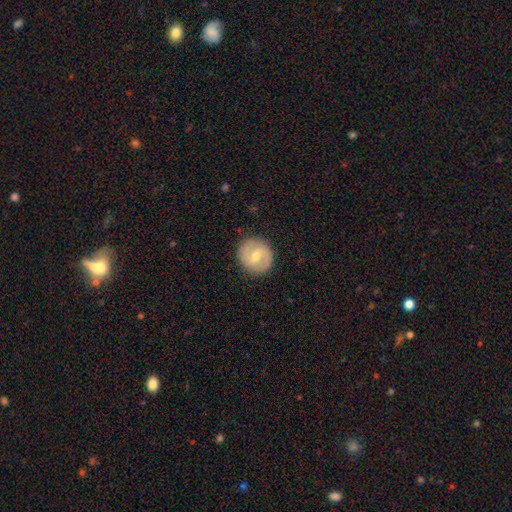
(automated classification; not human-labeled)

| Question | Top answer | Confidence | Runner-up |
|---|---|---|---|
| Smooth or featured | featured or disk | 49% | smooth (45%) |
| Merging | none | 88% | minor disturbance (9%) |